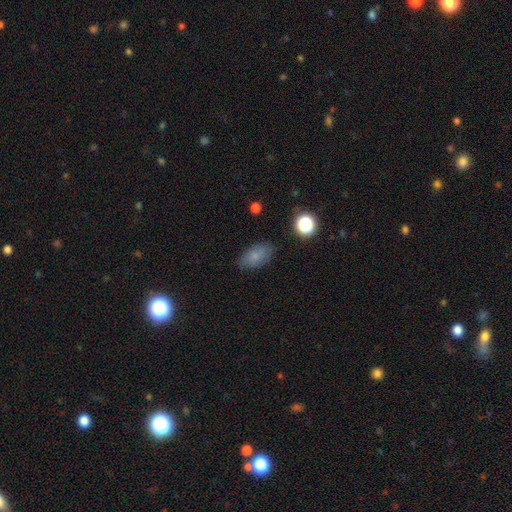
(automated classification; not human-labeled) Smooth or featured: smooth — 77% (featured or disk — 13%)
How rounded: in between — 89% (round — 8%)
Merging: none — 80% (minor disturbance — 15%)